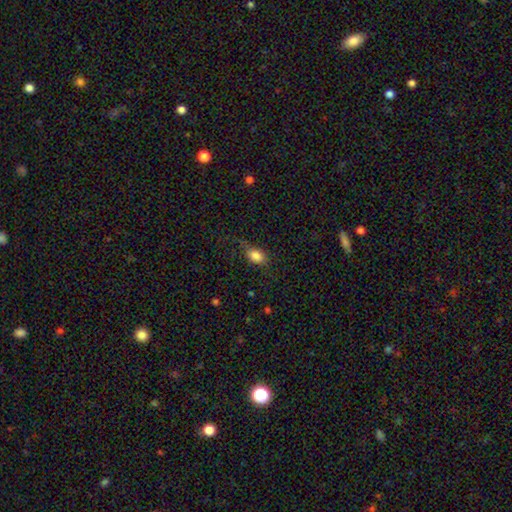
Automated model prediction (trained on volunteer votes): Smooth or featured: smooth — 83% (star or artifact — 9%)
How rounded: in between — 83% (round — 14%)
Merging: none — 57% (minor disturbance — 25%)